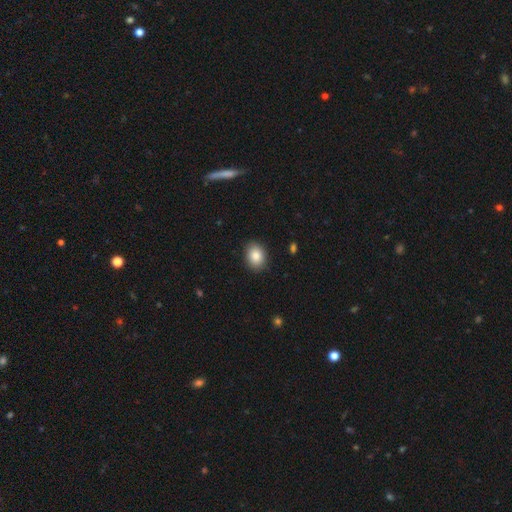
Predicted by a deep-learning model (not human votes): smooth_or_featured: smooth (p=0.86) [alt: star or artifact p=0.08]
how_rounded: in between (p=0.61) [alt: round p=0.39]
merging: none (p=0.88) [alt: minor disturbance p=0.09]